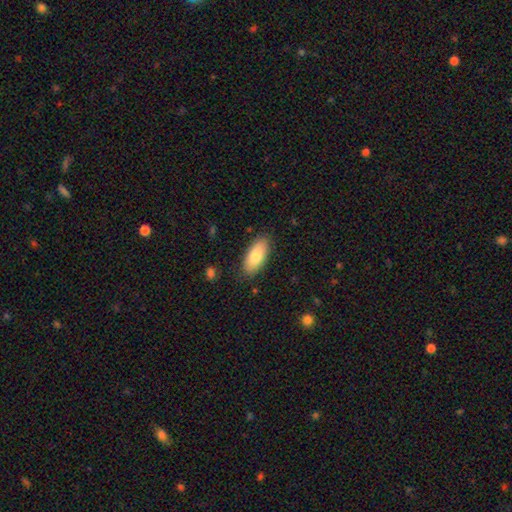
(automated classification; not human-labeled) Smooth or featured? Predicted: smooth (p=0.81). How rounded? Predicted: in between (p=0.86). Merging? Predicted: none (p=0.86).